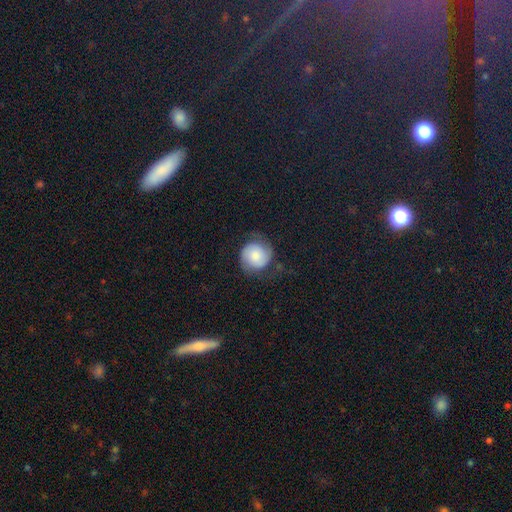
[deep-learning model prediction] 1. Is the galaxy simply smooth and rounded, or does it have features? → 51% featured or disk, 40% smooth, 9% star or artifact.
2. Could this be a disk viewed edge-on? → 98% no, 2% yes.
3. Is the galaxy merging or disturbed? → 69% none, 19% minor disturbance, 11% major disturbance, 1% merger.